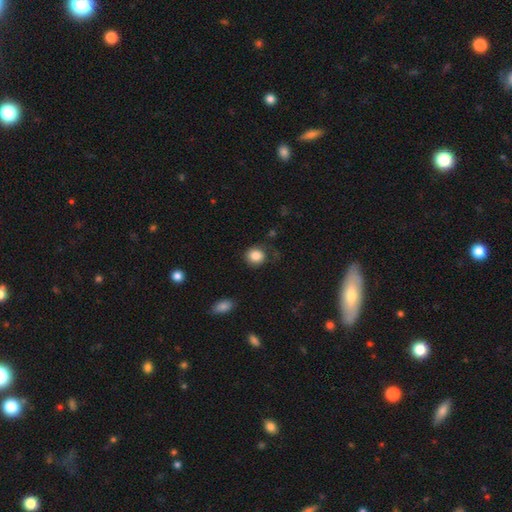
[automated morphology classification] type=smooth (86%); roundness=round (81%); merging=none (75%).